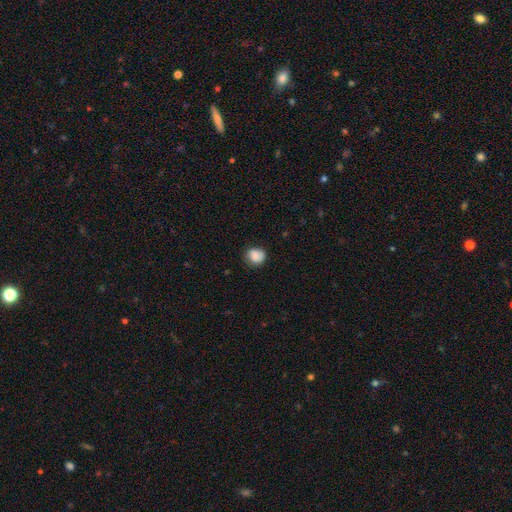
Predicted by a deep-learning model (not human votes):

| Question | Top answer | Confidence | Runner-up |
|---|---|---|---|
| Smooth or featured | smooth | 74% | featured or disk (18%) |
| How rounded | round | 77% | in between (22%) |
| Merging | none | 72% | minor disturbance (21%) |